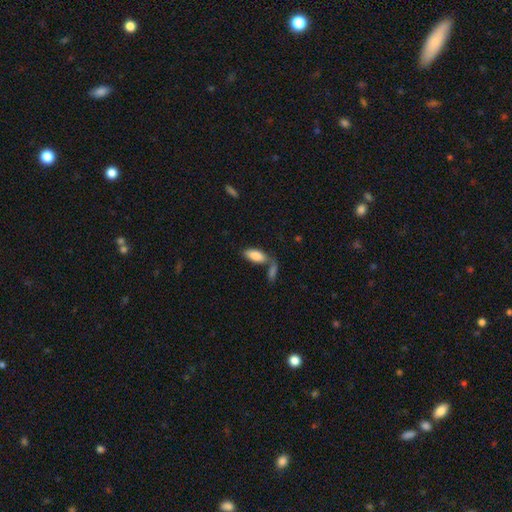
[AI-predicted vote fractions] smooth_or_featured: smooth (p=0.84) [alt: featured or disk p=0.10]
how_rounded: in between (p=0.87) [alt: cigar-shaped p=0.11]
merging: none (p=0.49) [alt: merger p=0.34]